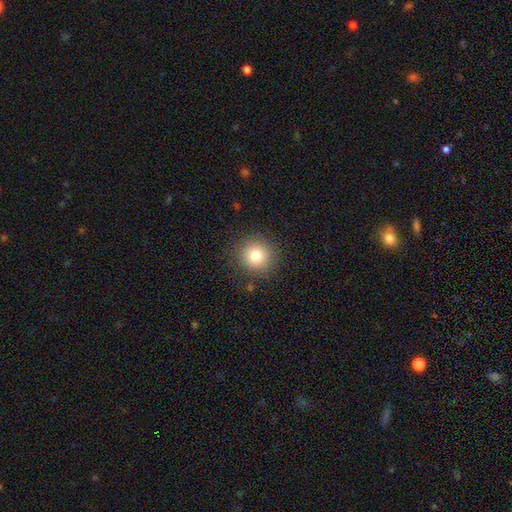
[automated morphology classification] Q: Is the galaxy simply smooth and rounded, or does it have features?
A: smooth — 83%.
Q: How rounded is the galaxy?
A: round — 92%.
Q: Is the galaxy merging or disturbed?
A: none — 87%.